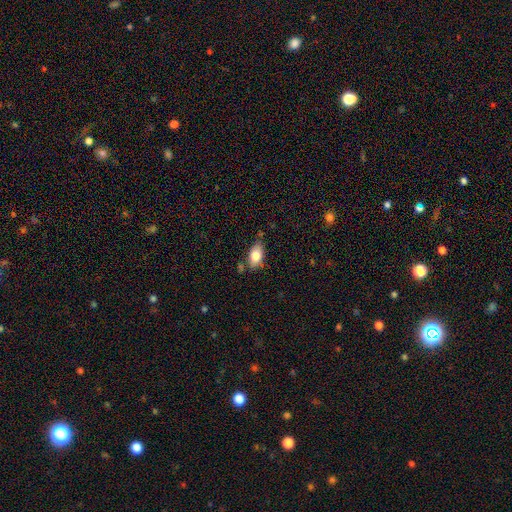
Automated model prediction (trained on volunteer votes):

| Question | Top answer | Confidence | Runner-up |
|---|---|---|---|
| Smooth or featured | smooth | 80% | featured or disk (13%) |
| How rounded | in between | 89% | round (7%) |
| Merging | none | 69% | minor disturbance (21%) |